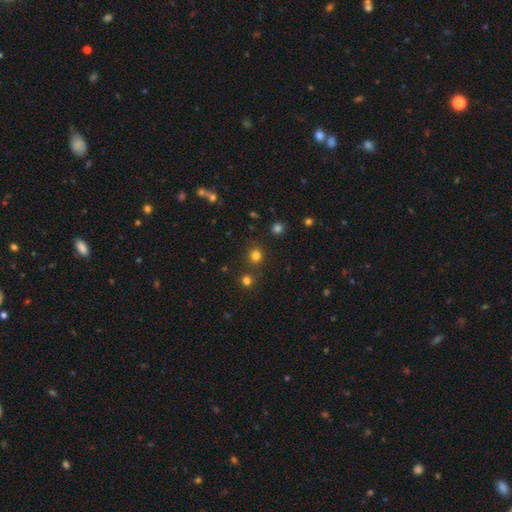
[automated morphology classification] Smooth or featured?
  - smooth: 76% *
  - star or artifact: 19%
  - featured or disk: 5%
How rounded?
  - round: 89% *
  - in between: 10%
  - cigar-shaped: 1%
Merging?
  - none: 81% *
  - merger: 9%
  - minor disturbance: 7%
  - major disturbance: 3%